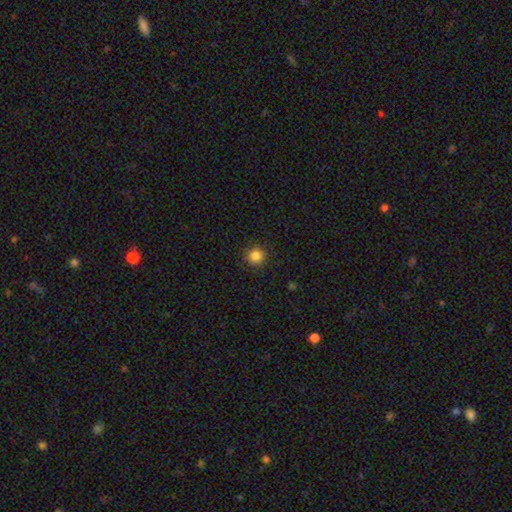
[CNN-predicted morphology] Smooth or featured?
  - smooth: 85% *
  - star or artifact: 12%
  - featured or disk: 3%
How rounded?
  - round: 94% *
  - in between: 5%
  - cigar-shaped: 1%
Merging?
  - none: 91% *
  - minor disturbance: 6%
  - major disturbance: 2%
  - merger: 1%